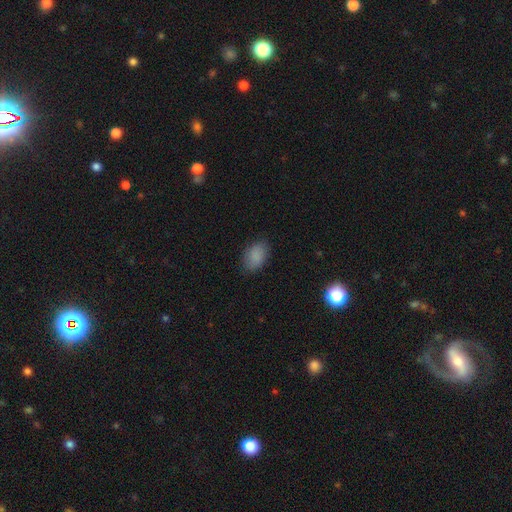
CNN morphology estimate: The model was most divided on "merging": none: 83%, minor disturbance: 13%, major disturbance: 3%, merger: 1%. More confident: how rounded — in between (87%); smooth or featured — smooth (87%).